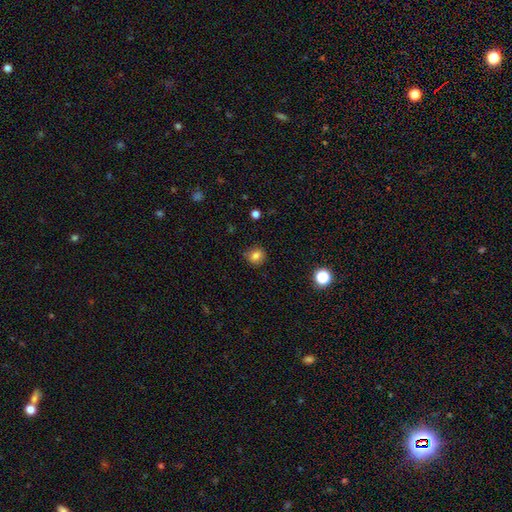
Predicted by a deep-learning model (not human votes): This appears to be a smooth galaxy with no disk features (81%) that is round (79%). Merging: none (82%).